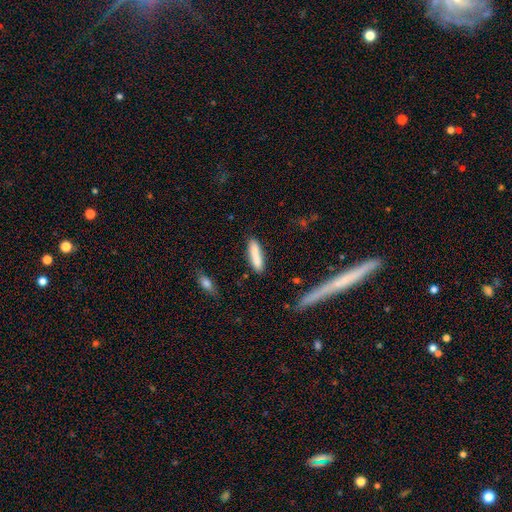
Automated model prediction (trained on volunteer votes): A smooth galaxy with no disk features (83%) that is cigar-shaped (73%).

Vote fractions:
- Smooth or featured? smooth: 83% / featured or disk: 11% / star or artifact: 6%
- How rounded? cigar-shaped: 73% / in between: 25% / round: 1%
- Merging? none: 81% / minor disturbance: 12% / merger: 4% / major disturbance: 3%